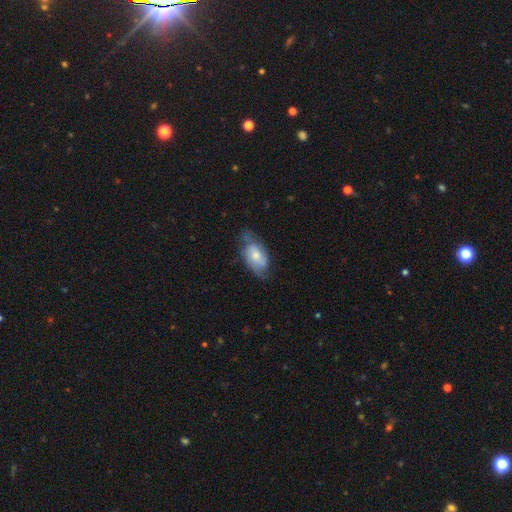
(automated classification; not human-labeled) Overall: smooth (50%; featured or disk 43%). How rounded: in between (91%). Merging: none (51%; minor disturbance 33%).